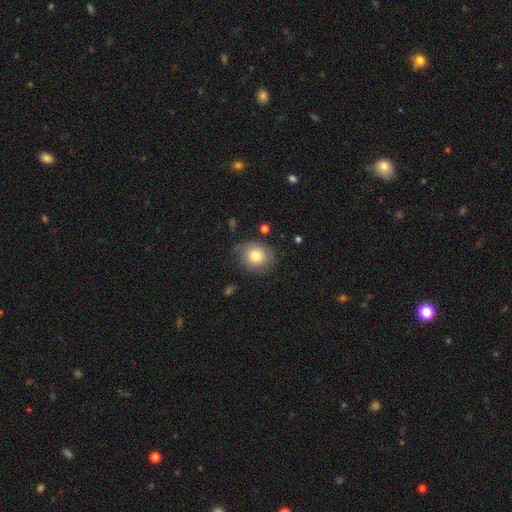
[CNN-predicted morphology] smooth 77%, featured or disk 15%, star or artifact 8%. Down the decision tree: how rounded — round (74%); merging — none (62%).